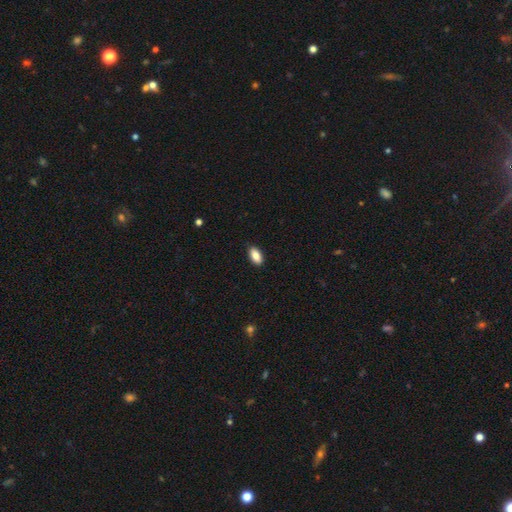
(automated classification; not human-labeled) smooth 87%, star or artifact 7%, featured or disk 7%. Down the decision tree: how rounded — in between (92%); merging — none (89%).